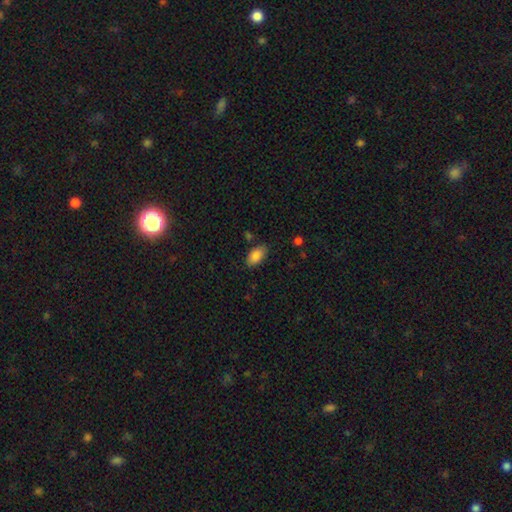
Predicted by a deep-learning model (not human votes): This is clearly a smooth galaxy (87%). How rounded: clearly in between (93%). Merging: likely none (80%).